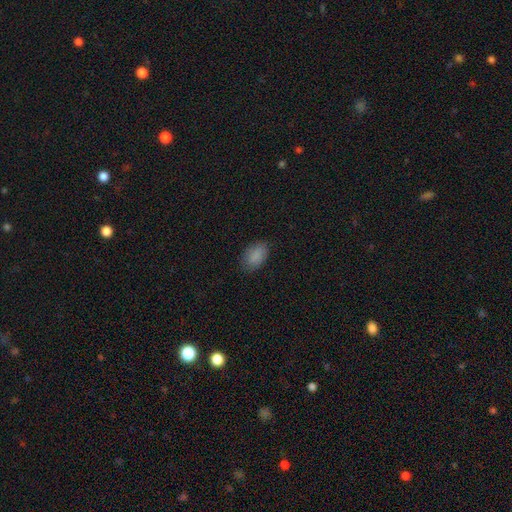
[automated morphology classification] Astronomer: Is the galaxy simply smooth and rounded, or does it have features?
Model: smooth — 88%.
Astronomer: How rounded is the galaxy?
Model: in between — 91%.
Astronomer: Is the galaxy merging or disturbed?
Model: none — 81%.